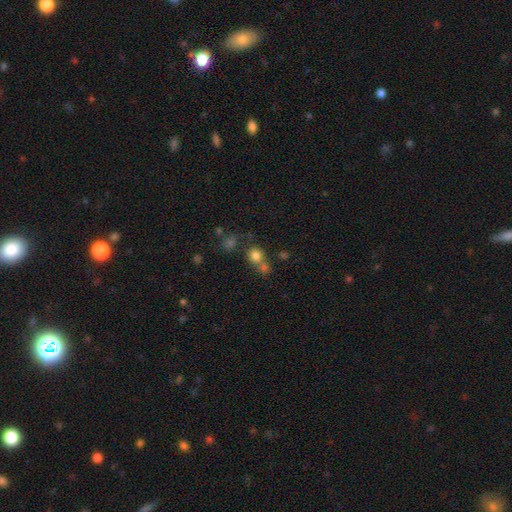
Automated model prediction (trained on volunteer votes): smooth 76%, star or artifact 16%, featured or disk 9%. Down the decision tree: how rounded — round (82%); merging — none (52%).